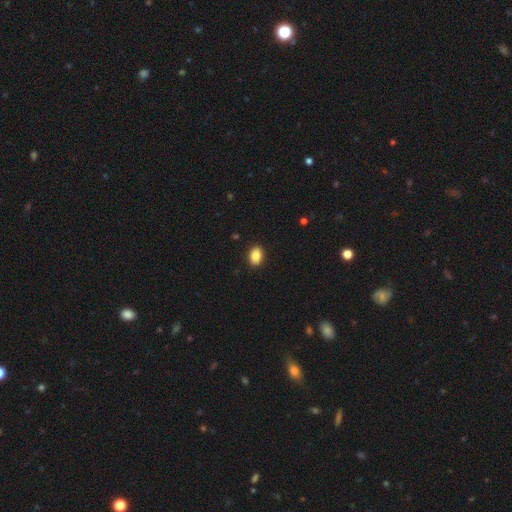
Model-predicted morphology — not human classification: Smooth or featured? smooth (87%)
How rounded? in between (78%)
Merging? none (91%)